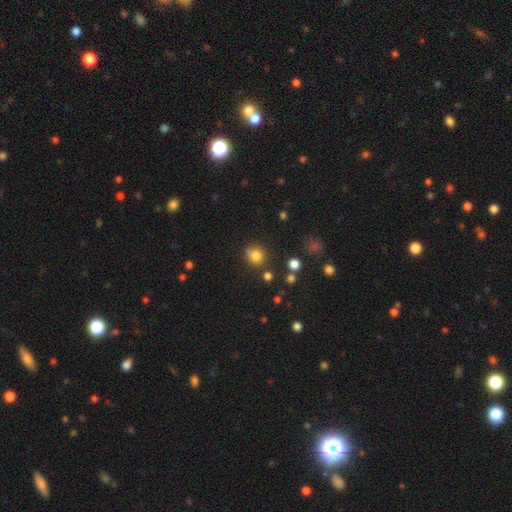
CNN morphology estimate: A smooth galaxy with no disk features (81%) that is round (89%).

Vote fractions:
- Smooth or featured? smooth: 81% / star or artifact: 14% / featured or disk: 6%
- How rounded? round: 89% / in between: 10% / cigar-shaped: 1%
- Merging? none: 76% / minor disturbance: 12% / merger: 8% / major disturbance: 4%